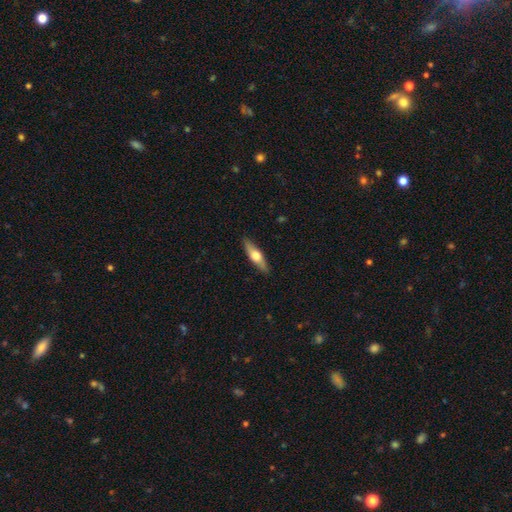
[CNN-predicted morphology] The model was most divided on "smooth or featured": featured or disk: 49%, smooth: 46%, star or artifact: 5%. More confident: merging — none (89%).